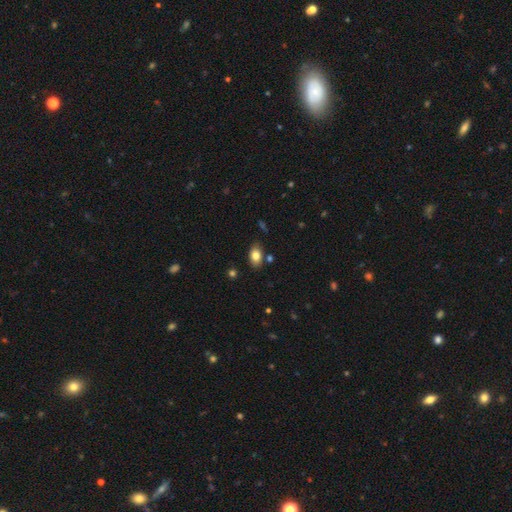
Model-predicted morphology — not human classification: Overall: smooth (81%). How rounded: in between (87%). Merging: none (81%).